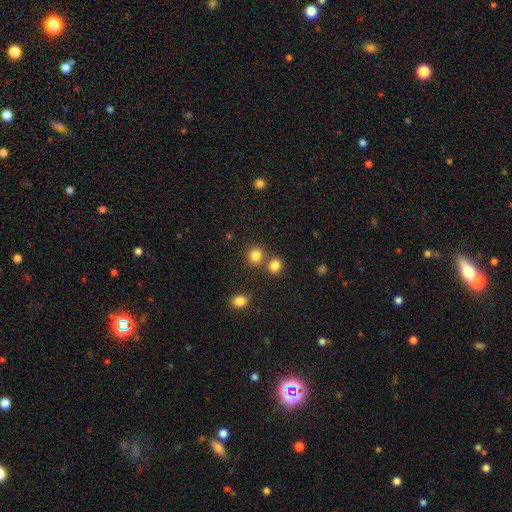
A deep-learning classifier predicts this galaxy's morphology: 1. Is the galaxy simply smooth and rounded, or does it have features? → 82% smooth, 13% star or artifact, 5% featured or disk.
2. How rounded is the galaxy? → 80% round, 19% in between, 1% cigar-shaped.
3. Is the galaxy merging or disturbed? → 69% none, 20% merger, 8% minor disturbance, 3% major disturbance.